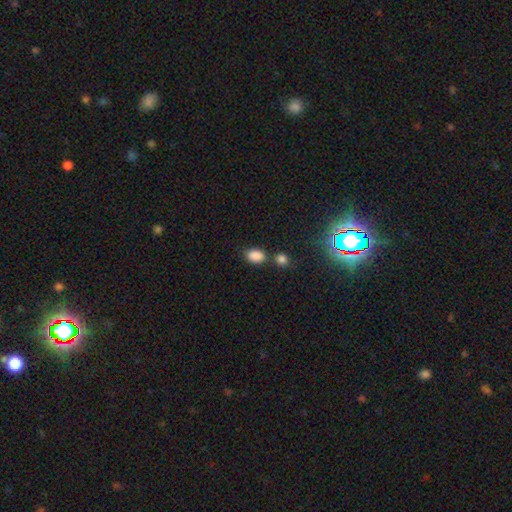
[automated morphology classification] The model was most divided on "merging": none: 64%, merger: 17%, minor disturbance: 14%, major disturbance: 4%. More confident: smooth or featured — smooth (86%); how rounded — in between (82%).